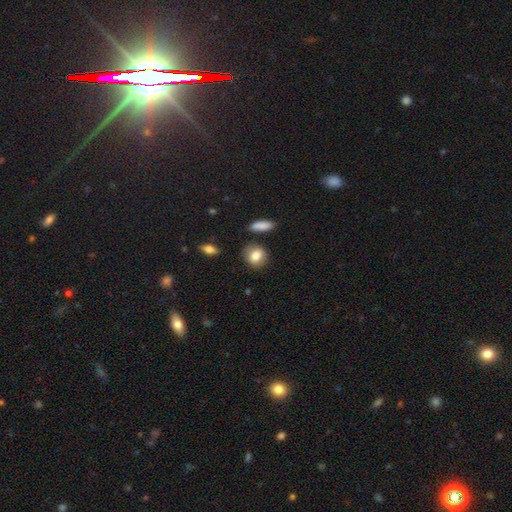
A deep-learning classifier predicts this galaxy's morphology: smooth 84%, featured or disk 8%, star or artifact 8%. Down the decision tree: how rounded — round (64%); merging — none (77%).